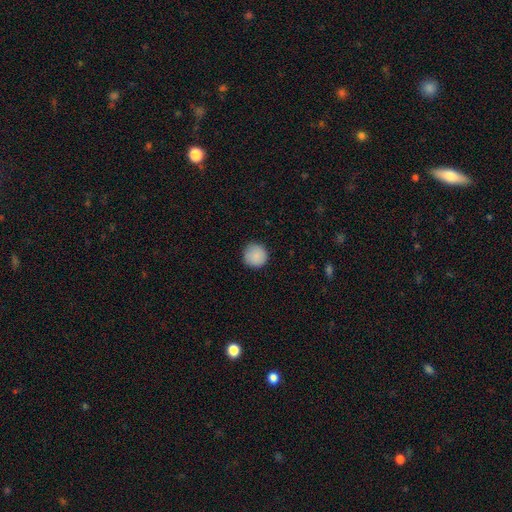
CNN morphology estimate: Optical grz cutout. It shows a smooth galaxy with no disk features (89%) that is round (95%). Merging: none (90%).